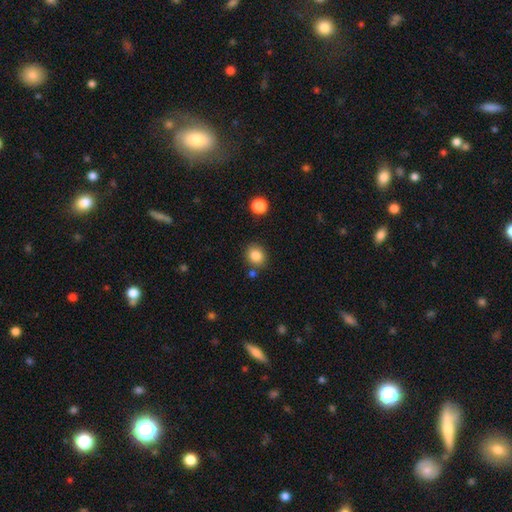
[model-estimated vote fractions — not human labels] This appears to be a smooth galaxy with no disk features (85%) that is round (72%). Merging: none (82%).